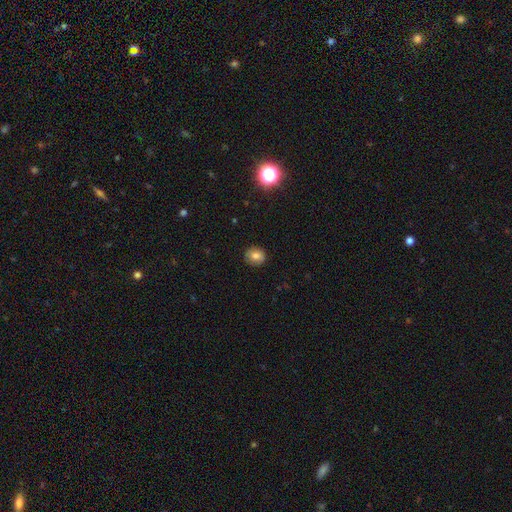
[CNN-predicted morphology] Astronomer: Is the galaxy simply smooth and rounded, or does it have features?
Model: smooth — 75%.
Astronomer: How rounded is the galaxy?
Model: round — 81%.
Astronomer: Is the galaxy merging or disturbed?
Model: none — 88%.